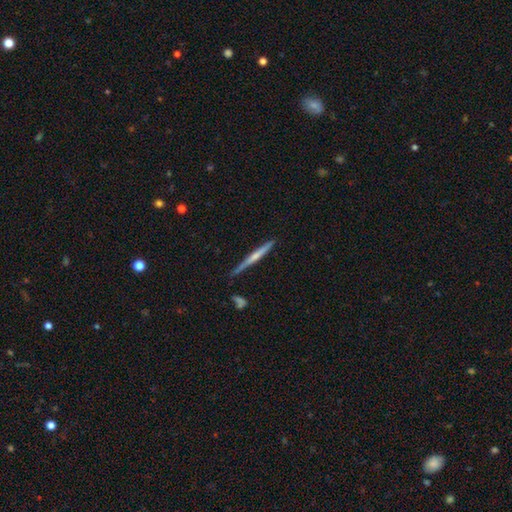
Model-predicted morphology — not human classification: smooth_or_featured: featured or disk (p=0.55) [alt: smooth p=0.39]
disk_edge_on: yes (p=0.97) [alt: no p=0.03]
edge_on_bulge: rounded (p=0.47) [alt: none p=0.44]
merging: none (p=0.80) [alt: minor disturbance p=0.14]